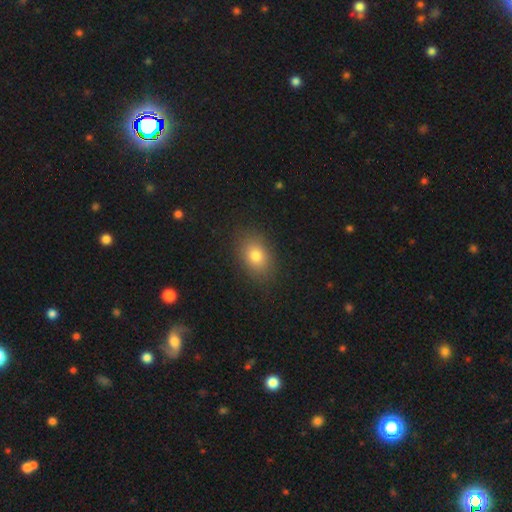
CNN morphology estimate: smooth_or_featured: smooth (p=0.80) [alt: star or artifact p=0.11]
how_rounded: in between (p=0.74) [alt: round p=0.24]
merging: none (p=0.86) [alt: minor disturbance p=0.10]